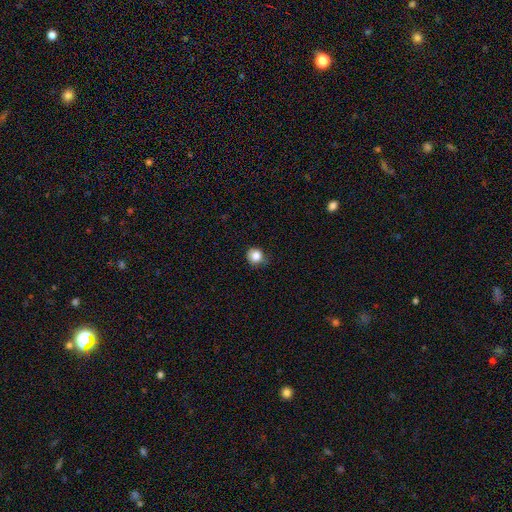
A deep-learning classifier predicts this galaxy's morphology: smooth_or_featured: smooth (p=0.84) [alt: star or artifact p=0.10]
how_rounded: round (p=0.86) [alt: in between p=0.13]
merging: none (p=0.73) [alt: minor disturbance p=0.22]